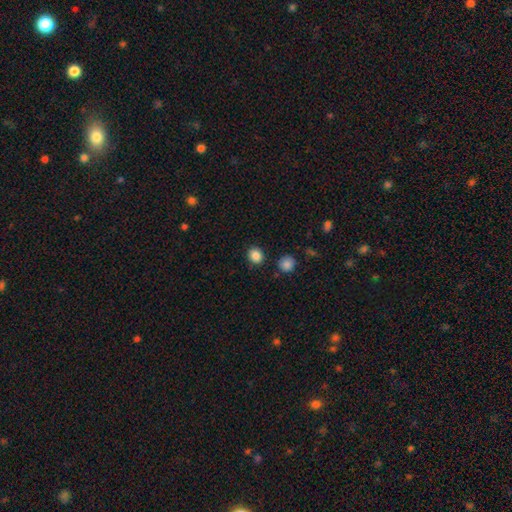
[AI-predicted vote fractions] Morphology: type=smooth (86%); roundness=round (76%); merging=none (86%).